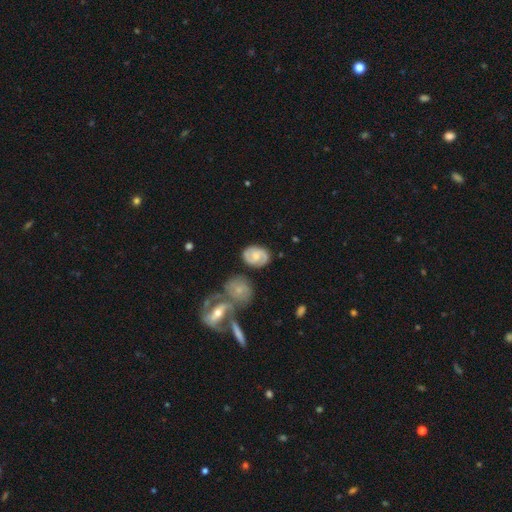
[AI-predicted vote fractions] smooth_or_featured: featured or disk (p=0.66) [alt: smooth p=0.27]
disk_edge_on: no (p=0.96) [alt: yes p=0.04]
bar: no (p=0.54) [alt: weak p=0.38]
has_spiral_arms: yes (p=0.90) [alt: no p=0.10]
spiral_winding: medium (p=0.44) [alt: tight p=0.42]
spiral_arm_count: 2 (p=0.83) [alt: can't tell p=0.09]
bulge_size: small (p=0.42) [alt: moderate p=0.38]
merging: none (p=0.74) [alt: minor disturbance p=0.14]